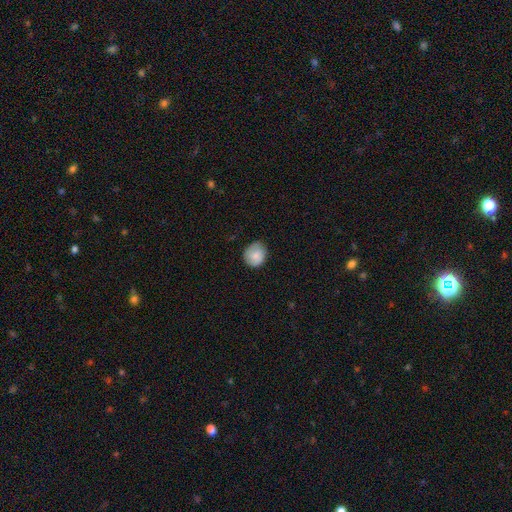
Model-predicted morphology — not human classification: This is clearly a smooth galaxy (83%). How rounded: clearly round (82%). Merging: likely none (76%).